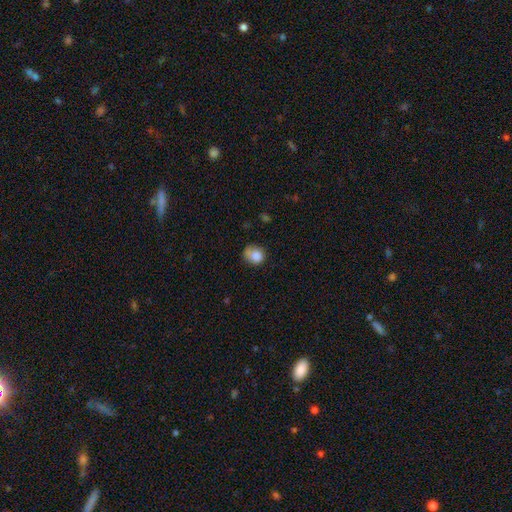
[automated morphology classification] A smooth galaxy with no disk features (81%) that is round (74%).

Vote fractions:
- Smooth or featured? smooth: 81% / star or artifact: 10% / featured or disk: 9%
- How rounded? round: 74% / in between: 25% / cigar-shaped: 1%
- Merging? none: 51% / minor disturbance: 30% / major disturbance: 11% / merger: 7%